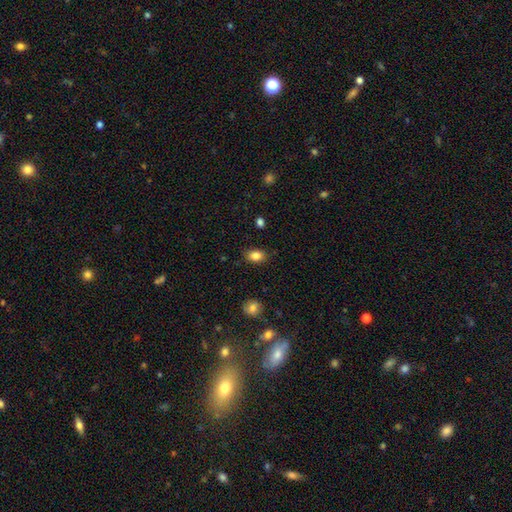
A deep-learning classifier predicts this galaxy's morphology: Overall: smooth (85%). How rounded: in between (76%). Merging: none (86%).